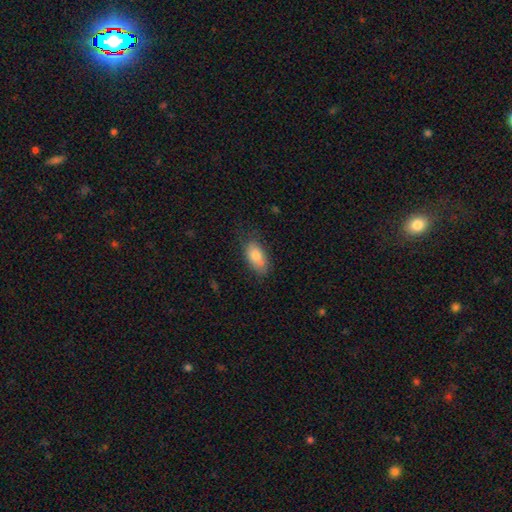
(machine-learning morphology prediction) smooth-or-featured: smooth: 79% | featured or disk: 14% | star or artifact: 7%
  how-rounded: in between: 91% | cigar-shaped: 5% | round: 4%
  merging: none: 70% | minor disturbance: 23% | major disturbance: 5% | merger: 2%